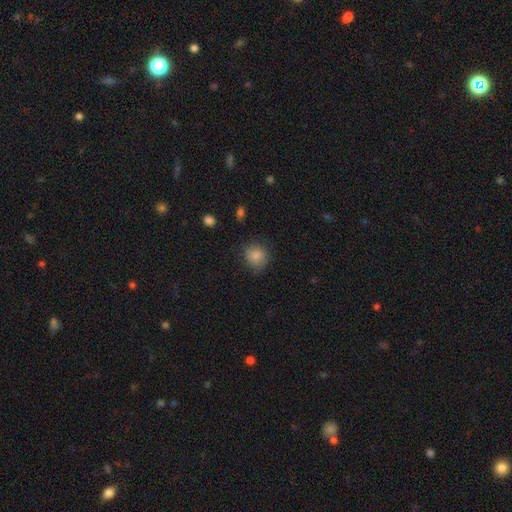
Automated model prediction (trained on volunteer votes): A smooth galaxy with no disk features (85%) that is round (83%). Merging: none (80%).